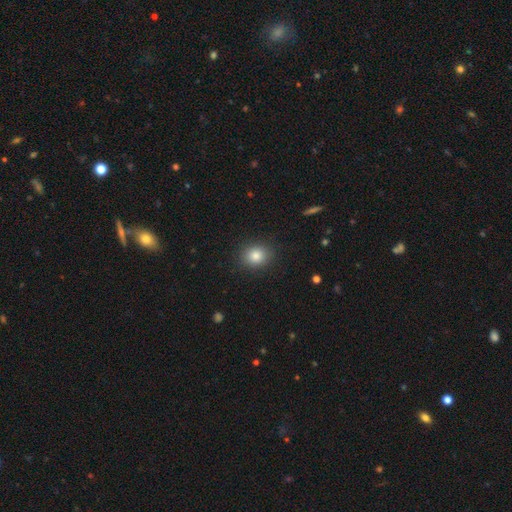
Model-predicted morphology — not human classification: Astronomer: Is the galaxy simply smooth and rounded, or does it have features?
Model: smooth — 84%.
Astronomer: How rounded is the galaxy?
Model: round — 72%.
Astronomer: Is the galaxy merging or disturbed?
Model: none — 89%.